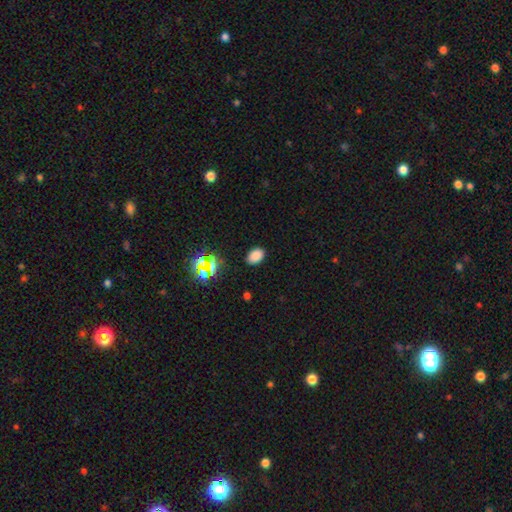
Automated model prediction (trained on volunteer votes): smooth_or_featured: smooth (p=0.78) [alt: star or artifact p=0.18]
how_rounded: in between (p=0.83) [alt: round p=0.16]
merging: none (p=0.86) [alt: minor disturbance p=0.10]